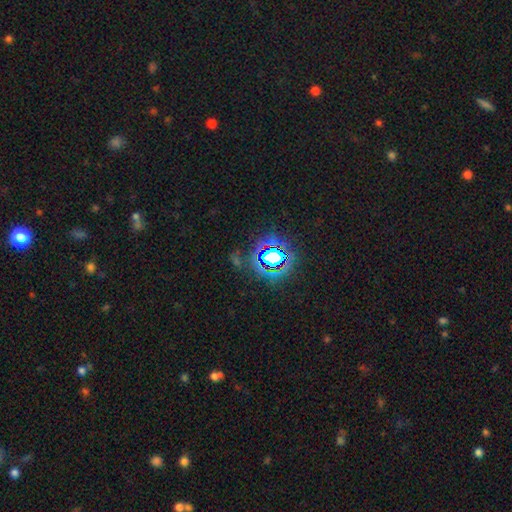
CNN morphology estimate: The model was most divided on "smooth or featured": star or artifact: 80%, smooth: 13%, featured or disk: 7%.